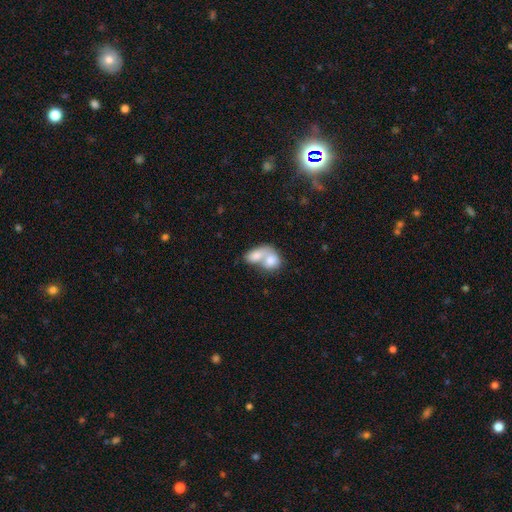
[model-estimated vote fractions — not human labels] smooth 75%, featured or disk 19%, star or artifact 6%. Down the decision tree: how rounded — in between (75%); merging — merger (80%).